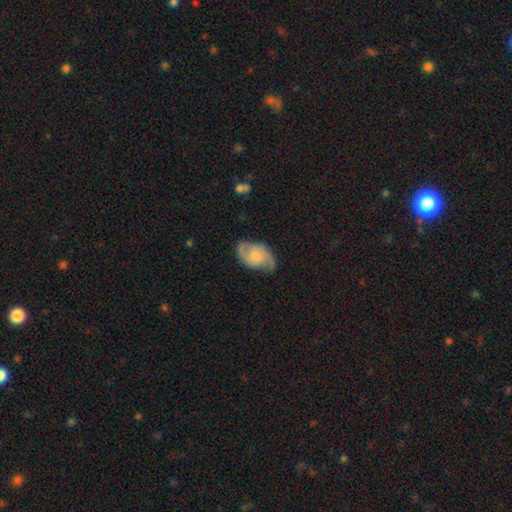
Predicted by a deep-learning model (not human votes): Morphology: type=featured or disk (70%); edge-on=no (97%); bar=no (68%); spiral arms=yes (93%); winding=medium (48%); arm count=2 (89%); bulge=small (39%); merging=none (71%).